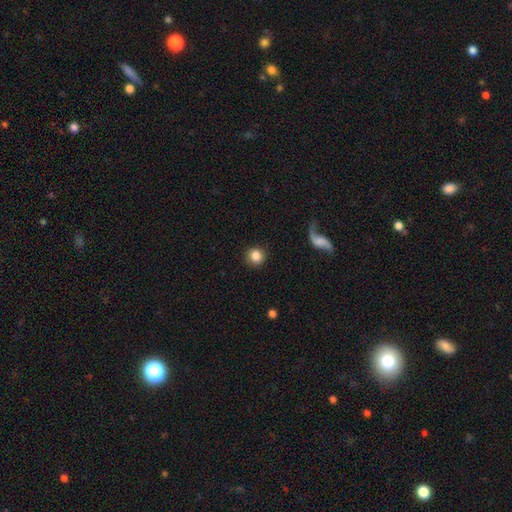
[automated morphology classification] Smooth or featured? Predicted: smooth (p=0.83). How rounded? Predicted: round (p=0.90). Merging? Predicted: none (p=0.87).